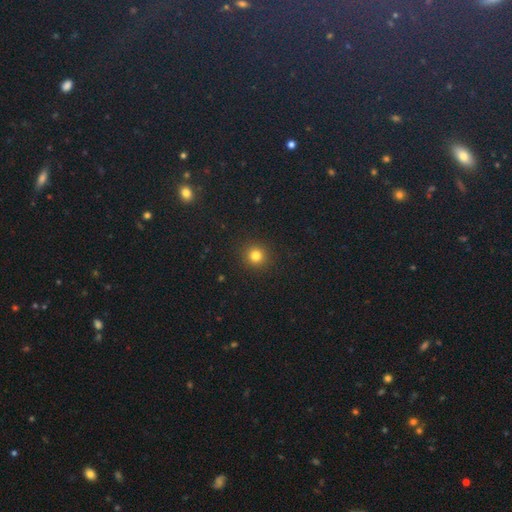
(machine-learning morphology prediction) The model was most divided on "smooth or featured": smooth: 81%, star or artifact: 14%, featured or disk: 5%. More confident: how rounded — round (93%); merging — none (92%).